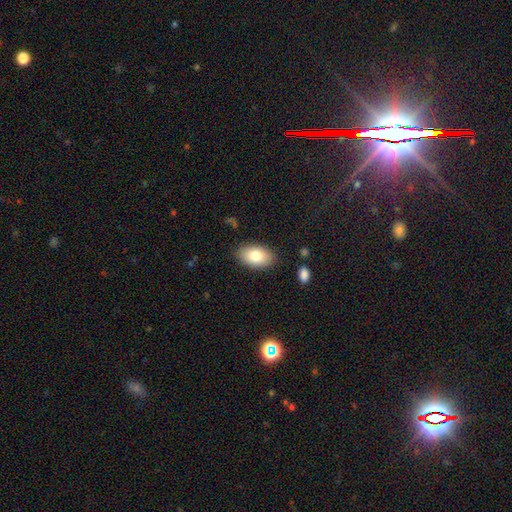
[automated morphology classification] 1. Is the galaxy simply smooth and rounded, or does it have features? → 81% smooth, 12% featured or disk, 7% star or artifact.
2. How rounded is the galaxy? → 93% in between, 6% round, 1% cigar-shaped.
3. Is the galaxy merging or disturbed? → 86% none, 10% minor disturbance, 2% major disturbance, 2% merger.